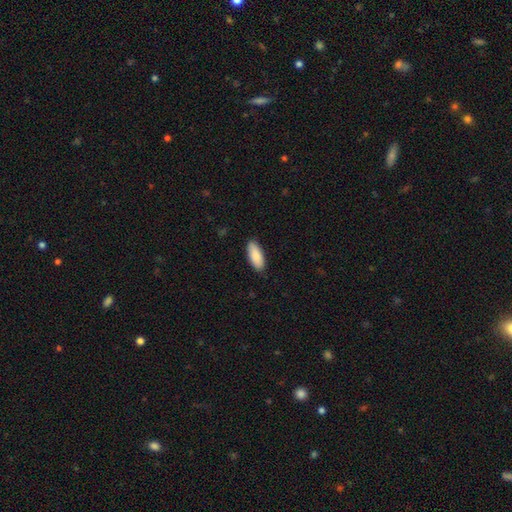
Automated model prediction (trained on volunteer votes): smooth 89%, featured or disk 6%, star or artifact 5%. Down the decision tree: how rounded — in between (81%); merging — none (89%).